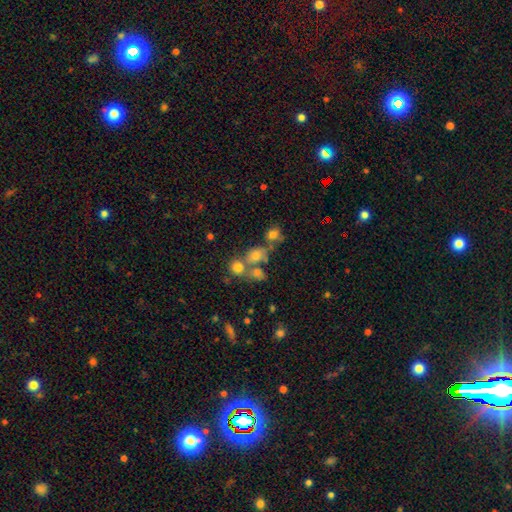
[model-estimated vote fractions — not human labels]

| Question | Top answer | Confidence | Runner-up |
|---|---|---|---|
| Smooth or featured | smooth | 68% | star or artifact (17%) |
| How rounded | round | 55% | in between (43%) |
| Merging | none | 42% | merger (41%) |